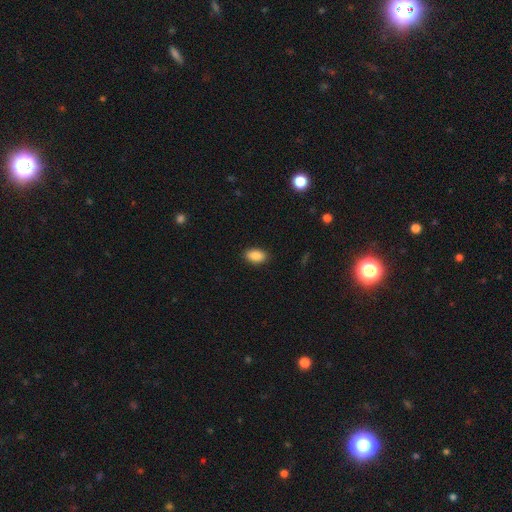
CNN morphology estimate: This appears to be a smooth galaxy with no disk features (89%) that is in between round and cigar-shaped (92%). Merging: none (89%).